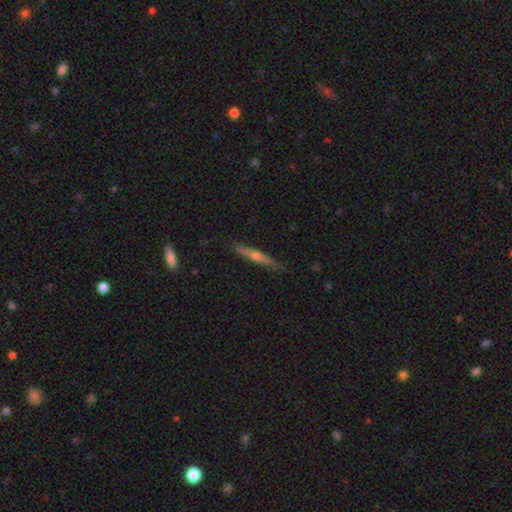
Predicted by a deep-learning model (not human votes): featured or disk 64%, smooth 29%, star or artifact 7%. Down the decision tree: edge-on disk — yes (97%); edge-on bulge — rounded (81%); merging — none (87%).